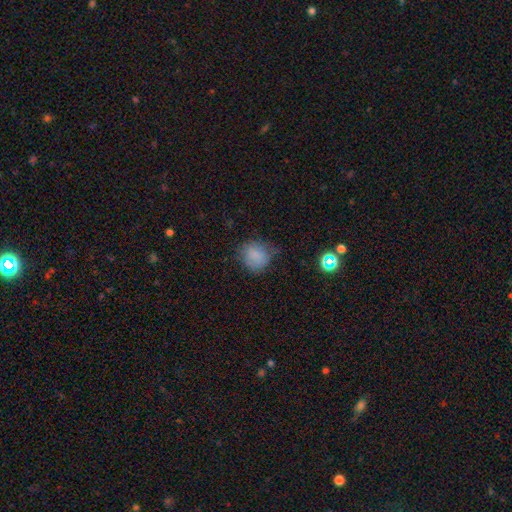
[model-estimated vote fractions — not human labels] A smooth galaxy with no disk features (78%) that is round (78%).

Vote fractions:
- Smooth or featured? smooth: 78% / star or artifact: 12% / featured or disk: 10%
- How rounded? round: 78% / in between: 21% / cigar-shaped: 1%
- Merging? none: 56% / minor disturbance: 30% / major disturbance: 12% / merger: 2%